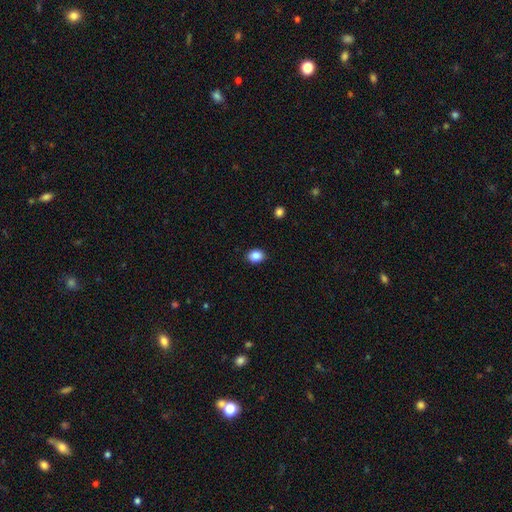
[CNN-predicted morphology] This is clearly a smooth galaxy (86%). How rounded: possibly in between (51%). Merging: clearly none (89%).